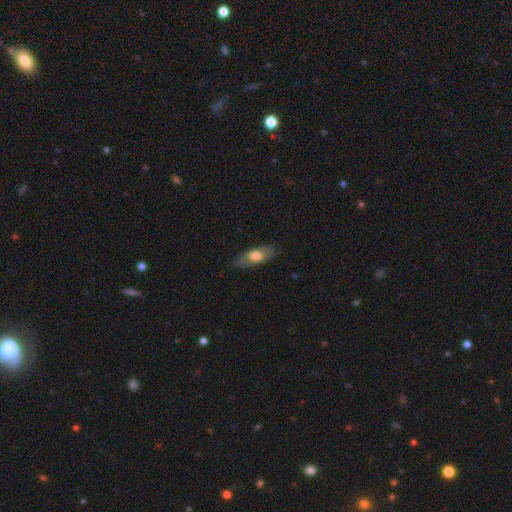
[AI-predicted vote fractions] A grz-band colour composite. It shows a smooth galaxy with no disk features (63%) that is in between round and cigar-shaped (75%). Merging: none (78%).